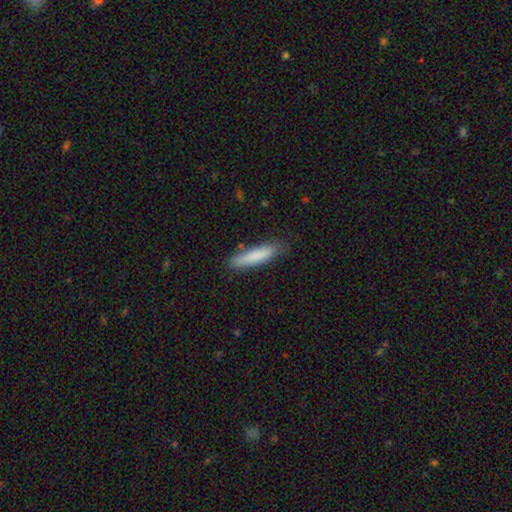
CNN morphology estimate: Overall: smooth (82%). How rounded: cigar-shaped (85%). Merging: none (82%).